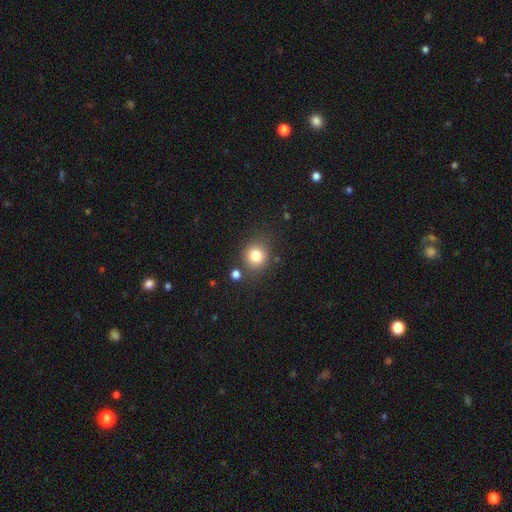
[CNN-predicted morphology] Smooth or featured? Predicted: smooth (p=0.80). How rounded? Predicted: round (p=0.85). Merging? Predicted: none (p=0.78).